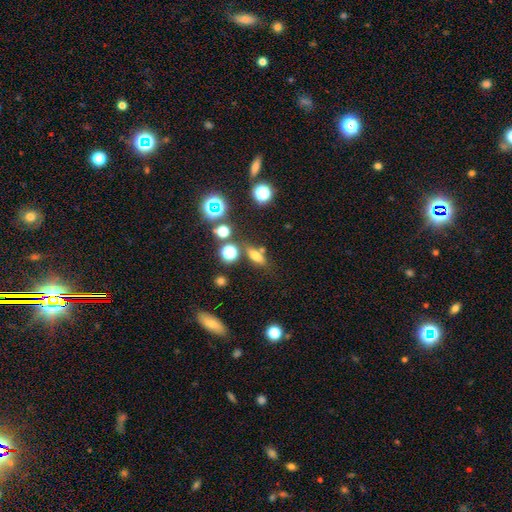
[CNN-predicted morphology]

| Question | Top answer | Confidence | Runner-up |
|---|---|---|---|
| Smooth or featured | smooth | 64% | star or artifact (21%) |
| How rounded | in between | 62% | cigar-shaped (23%) |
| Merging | none | 69% | minor disturbance (13%) |